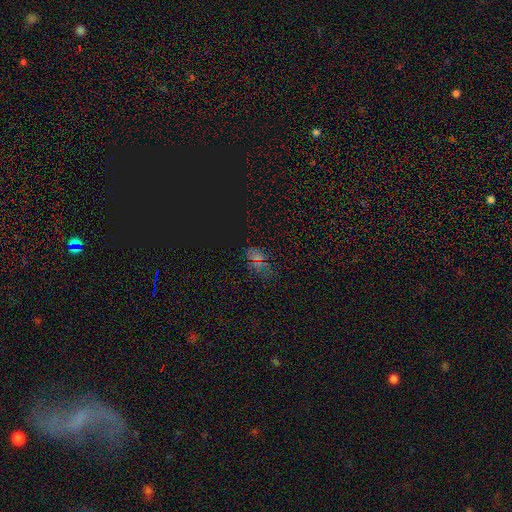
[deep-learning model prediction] smooth-or-featured: star or artifact: 59% | smooth: 31% | featured or disk: 10%